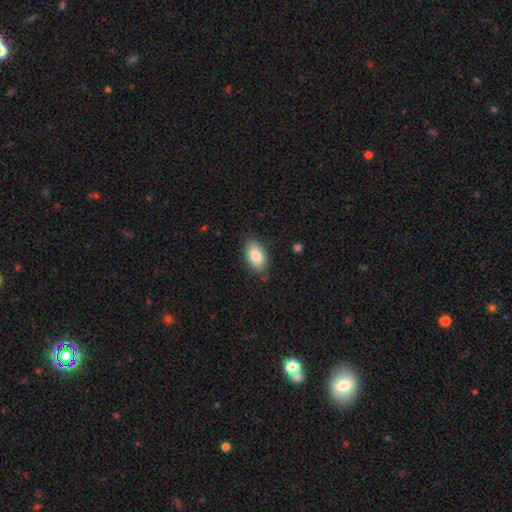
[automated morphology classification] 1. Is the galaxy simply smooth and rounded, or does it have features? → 83% smooth, 10% featured or disk, 7% star or artifact.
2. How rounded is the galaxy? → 93% in between, 5% round, 2% cigar-shaped.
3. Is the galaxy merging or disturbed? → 79% none, 17% minor disturbance, 3% major disturbance, 1% merger.